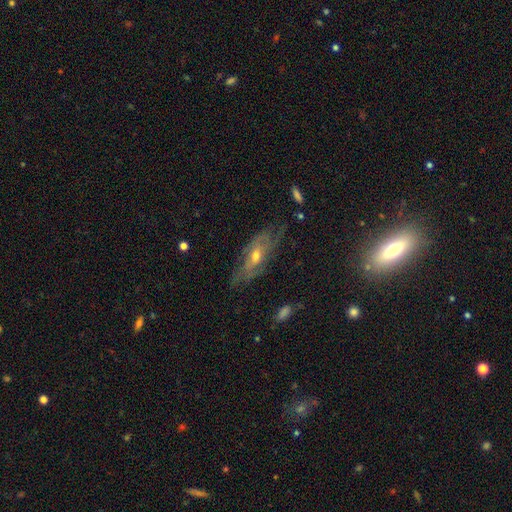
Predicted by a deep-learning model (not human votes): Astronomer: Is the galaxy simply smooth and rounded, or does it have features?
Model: featured or disk — 64%.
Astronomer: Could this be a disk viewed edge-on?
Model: no — 72%.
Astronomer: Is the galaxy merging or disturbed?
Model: none — 72%.